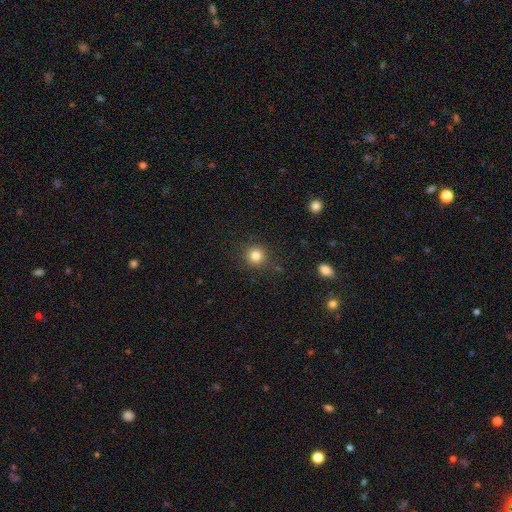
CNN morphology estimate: This appears to be a smooth galaxy with no disk features (82%) that is round (94%). Merging: none (88%).